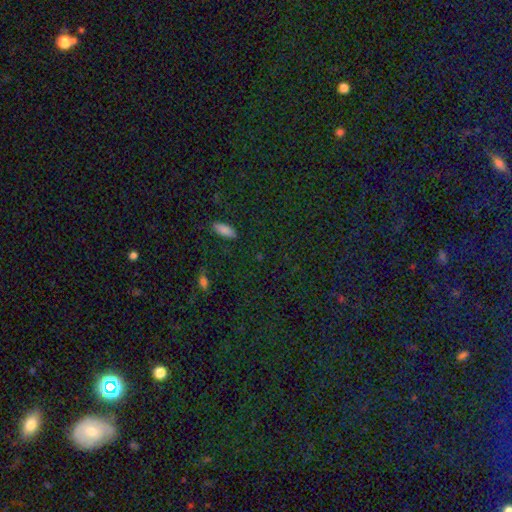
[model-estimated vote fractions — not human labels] The model was most divided on "smooth or featured": star or artifact: 66%, smooth: 24%, featured or disk: 10%.